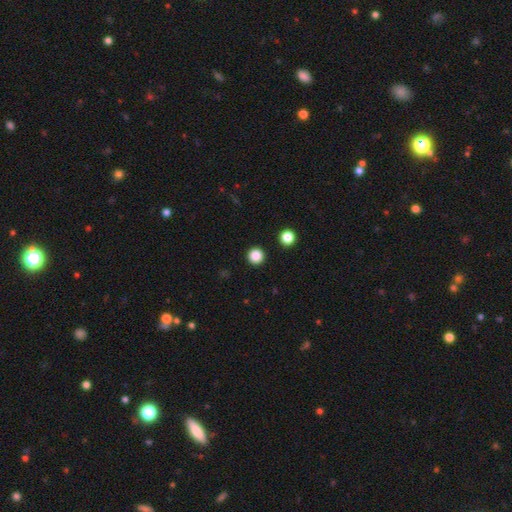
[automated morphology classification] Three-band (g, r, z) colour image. It shows a smooth galaxy with no disk features (86%) that is round (96%). Merging: none (93%).